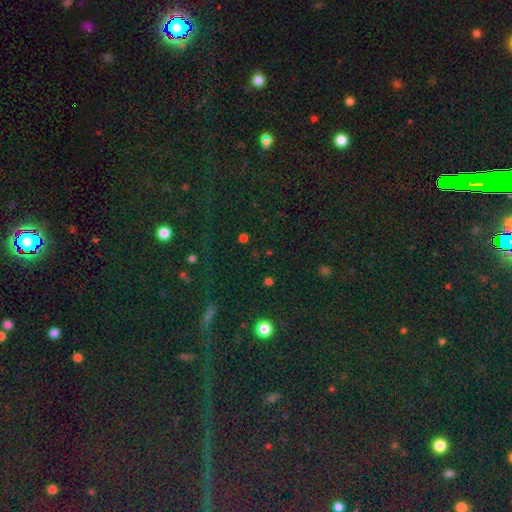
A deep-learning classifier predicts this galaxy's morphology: A star or artifact, not a galaxy (83%).